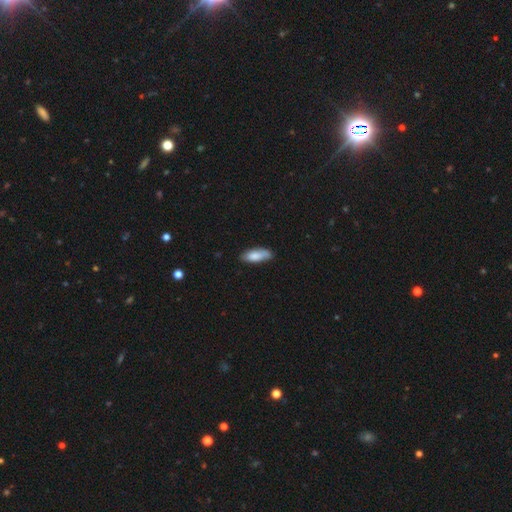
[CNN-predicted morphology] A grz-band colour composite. It shows a smooth galaxy with no disk features (80%) that is in between round and cigar-shaped (67%). Merging: none (69%).